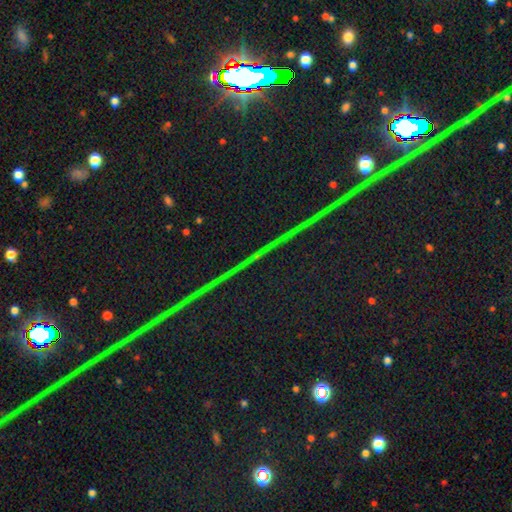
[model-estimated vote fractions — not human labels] The model was most divided on "smooth or featured": star or artifact: 89%, featured or disk: 6%, smooth: 5%.